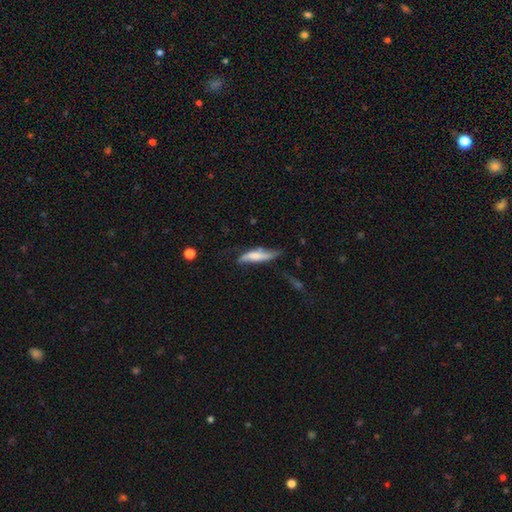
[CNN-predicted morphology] Overall: smooth (56%; featured or disk 37%). How rounded: cigar-shaped (68%; in between 30%). Merging: none (43%; minor disturbance 31%).